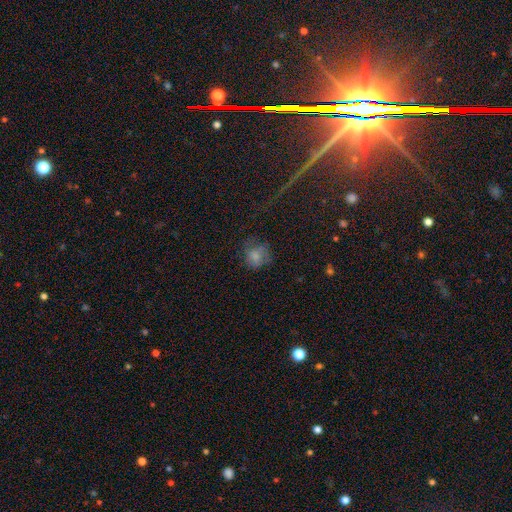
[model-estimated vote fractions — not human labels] smooth 69%, featured or disk 16%, star or artifact 14%. Down the decision tree: how rounded — round (76%); merging — none (56%).